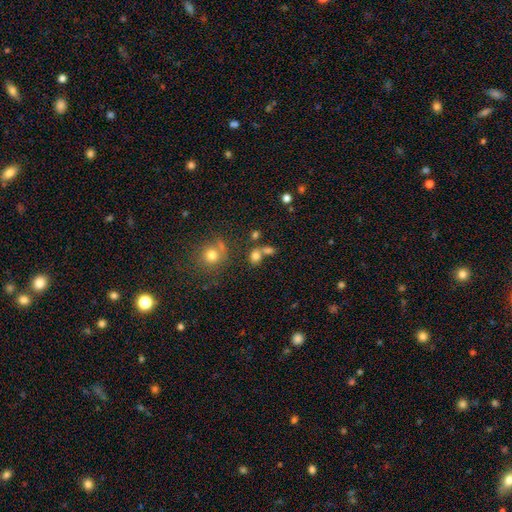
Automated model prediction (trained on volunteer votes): A smooth galaxy with no disk features (75%) that is in between round and cigar-shaped (53%).

Vote fractions:
- Smooth or featured? smooth: 75% / star or artifact: 16% / featured or disk: 10%
- How rounded? in between: 53% / round: 45% / cigar-shaped: 2%
- Merging? none: 46% / merger: 37% / minor disturbance: 11% / major disturbance: 6%